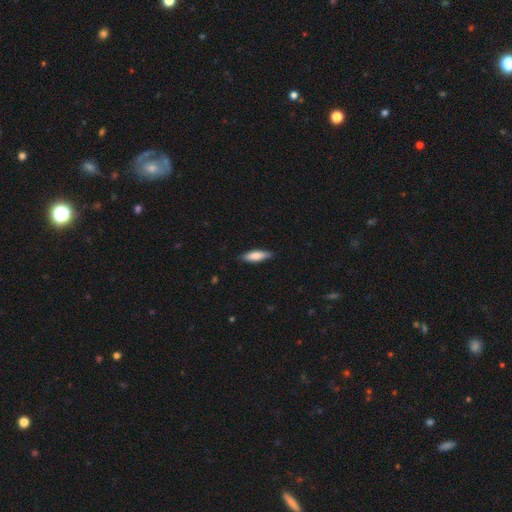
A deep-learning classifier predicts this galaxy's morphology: Q: Smooth or featured?
A: smooth (80%); runner-up: featured or disk (15%)
Q: How rounded?
A: cigar-shaped (52%); runner-up: in between (46%)
Q: Merging?
A: none (85%); runner-up: minor disturbance (12%)